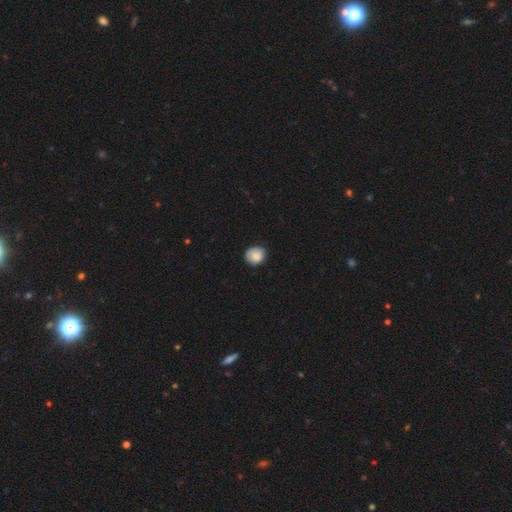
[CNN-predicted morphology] A smooth galaxy with no disk features (86%) that is round (74%). Merging: none (75%).